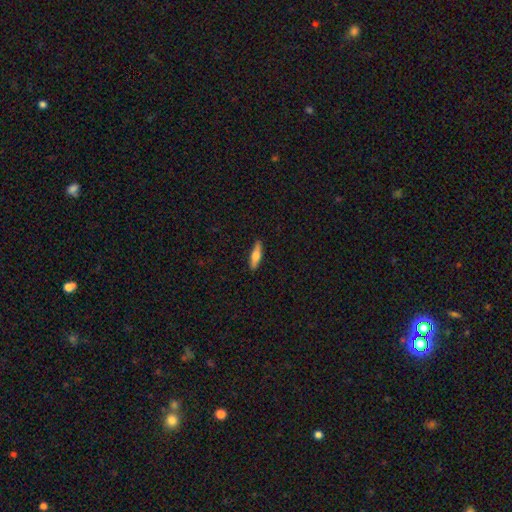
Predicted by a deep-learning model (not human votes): smooth_or_featured: smooth (p=0.64) [alt: featured or disk p=0.30]
how_rounded: cigar-shaped (p=0.66) [alt: in between p=0.32]
merging: none (p=0.89) [alt: minor disturbance p=0.08]